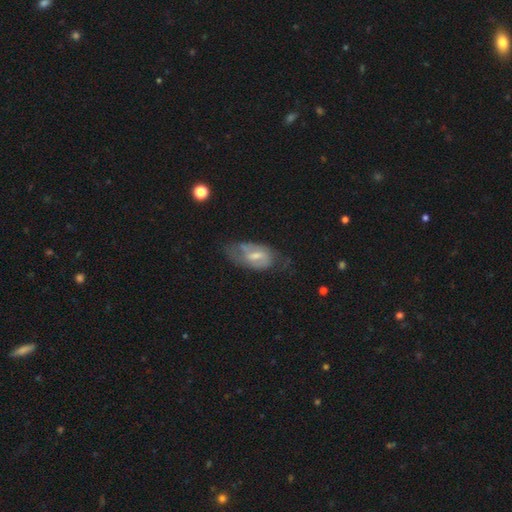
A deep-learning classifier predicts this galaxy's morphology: The model was most divided on "bulge size": moderate: 46%, small: 40%, none: 8%, large: 5%, dominant: 1%. Remaining: edge-on disk — no (93%); spiral arms — yes (66%); smooth or featured — featured or disk (59%); bar — weak (53%); merging — none (44%).